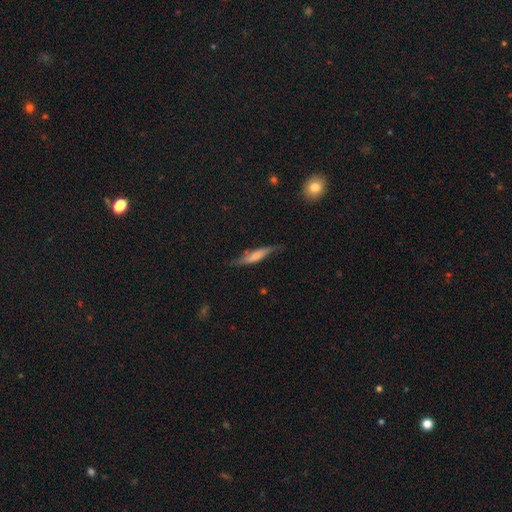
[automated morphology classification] Q: Smooth or featured?
A: smooth (56%); runner-up: featured or disk (37%)
Q: How rounded?
A: cigar-shaped (80%); runner-up: in between (18%)
Q: Merging?
A: none (67%); runner-up: minor disturbance (25%)